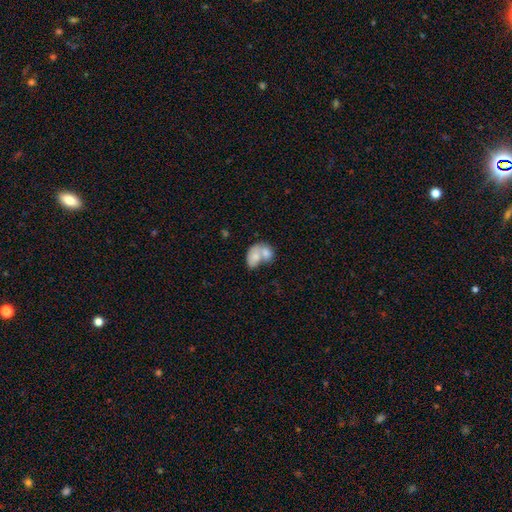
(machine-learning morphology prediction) type=smooth (71%); roundness=in between (80%); merging=merger (74%).